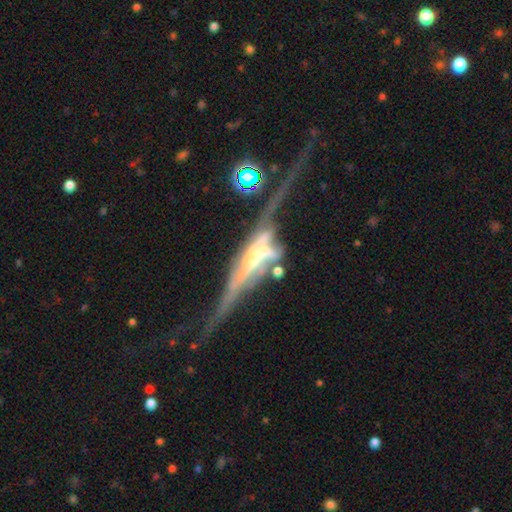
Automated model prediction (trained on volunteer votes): Q: Smooth or featured?
A: featured or disk (81%); runner-up: smooth (11%)
Q: Edge-on disk?
A: yes (72%); runner-up: no (28%)
Q: Edge-on bulge?
A: rounded (57%); runner-up: boxy (28%)
Q: Merging?
A: major disturbance (35%); runner-up: none (27%)